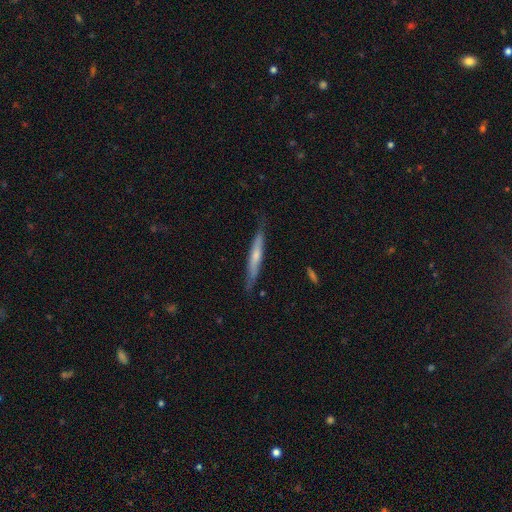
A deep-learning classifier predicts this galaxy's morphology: A smooth galaxy with no disk features (47%, tied with featured or disk).

Vote fractions:
- Smooth or featured? smooth: 47% (tied) / featured or disk: 47% (tied) / star or artifact: 6%
- Merging? none: 81% / minor disturbance: 15% / major disturbance: 2% / merger: 1%